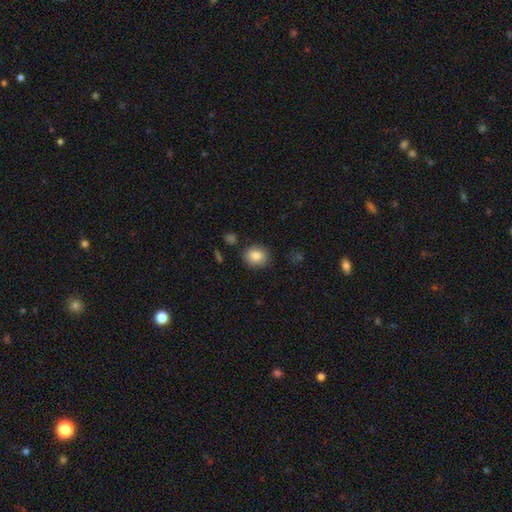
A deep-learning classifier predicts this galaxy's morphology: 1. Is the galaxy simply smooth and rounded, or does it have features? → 86% smooth, 9% star or artifact, 6% featured or disk.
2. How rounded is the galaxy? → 66% round, 33% in between, 1% cigar-shaped.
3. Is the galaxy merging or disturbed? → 85% none, 10% minor disturbance, 3% major disturbance, 2% merger.